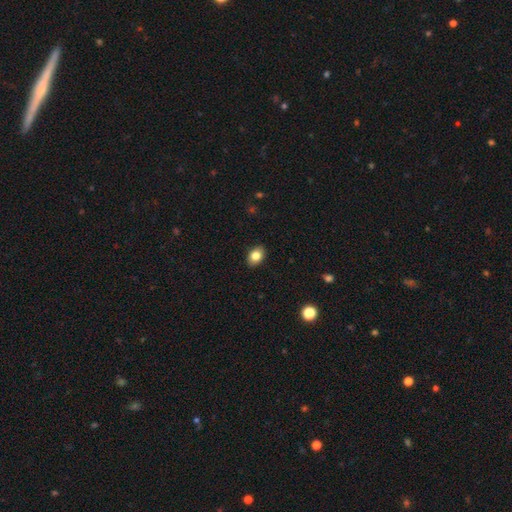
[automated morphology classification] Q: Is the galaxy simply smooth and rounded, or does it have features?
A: smooth — 82%.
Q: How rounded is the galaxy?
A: in between — 77%.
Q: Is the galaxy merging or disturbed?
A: none — 89%.